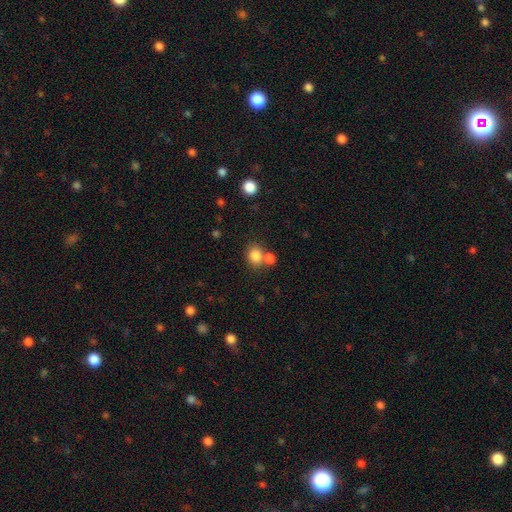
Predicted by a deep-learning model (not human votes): This is clearly a smooth galaxy (82%). How rounded: likely round (62%). Merging: possibly none (56%).